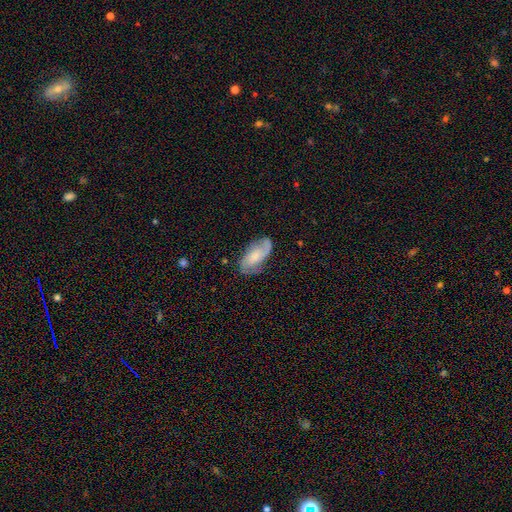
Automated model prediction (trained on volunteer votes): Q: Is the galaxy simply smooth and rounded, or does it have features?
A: featured or disk — 67%.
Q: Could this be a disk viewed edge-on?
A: no — 95%.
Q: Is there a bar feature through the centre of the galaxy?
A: no — 59%.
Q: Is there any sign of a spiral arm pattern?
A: yes — 92%.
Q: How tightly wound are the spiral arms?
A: medium — 43%.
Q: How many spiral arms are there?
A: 2 — 70%.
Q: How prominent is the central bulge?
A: small — 34%.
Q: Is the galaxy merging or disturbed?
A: none — 70%.